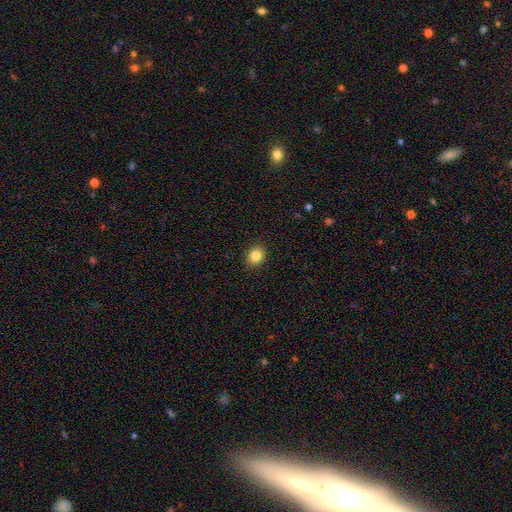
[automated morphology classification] Smooth or featured? smooth (85%)
How rounded? round (65%)
Merging? none (91%)